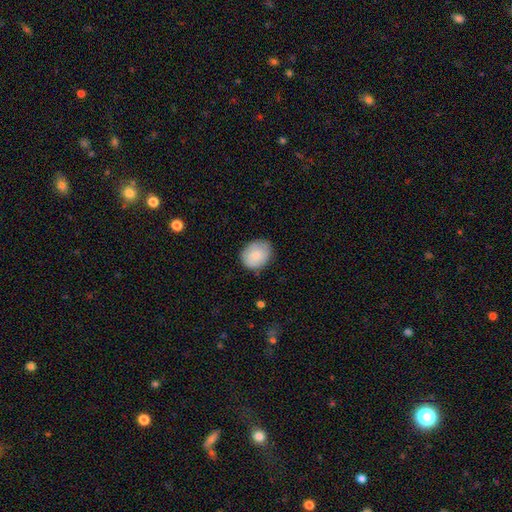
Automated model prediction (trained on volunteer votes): A smooth galaxy with no disk features (83%) that is round (52%). Merging: none (77%).